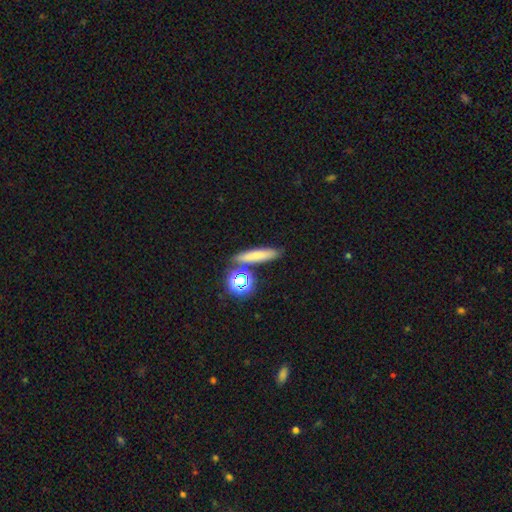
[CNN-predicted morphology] type=smooth (71%); roundness=cigar-shaped (73%); merging=none (80%).